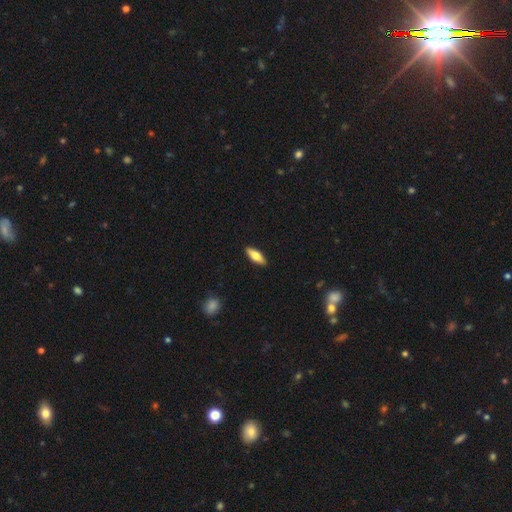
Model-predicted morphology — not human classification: A smooth galaxy with no disk features (64%) that is in between round and cigar-shaped (66%).

Vote fractions:
- Smooth or featured? smooth: 64% / featured or disk: 30% / star or artifact: 6%
- How rounded? in between: 66% / cigar-shaped: 32% / round: 2%
- Merging? none: 90% / minor disturbance: 7% / major disturbance: 2% / merger: 1%